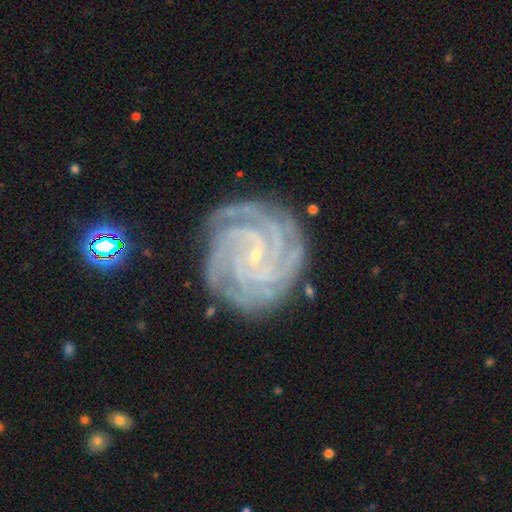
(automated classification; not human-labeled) smooth-or-featured: featured or disk: 91% | star or artifact: 6% | smooth: 4%
  disk-edge-on: no: 98% | yes: 2%
    bar: no: 59% | weak: 28% | strong: 13%
    has-spiral-arms: yes: 99% | no: 1%
      spiral-winding: tight: 83% | medium: 15% | loose: 2%
      spiral-arm-count: 4: 35% | more than 4: 19% | 3: 17% | can't tell: 11% | 2: 9% | 1: 8%
    bulge-size: small: 89% | moderate: 6% | none: 3% | large: 1% | dominant: 1%
  merging: none: 82% | minor disturbance: 13% | major disturbance: 3% | merger: 1%